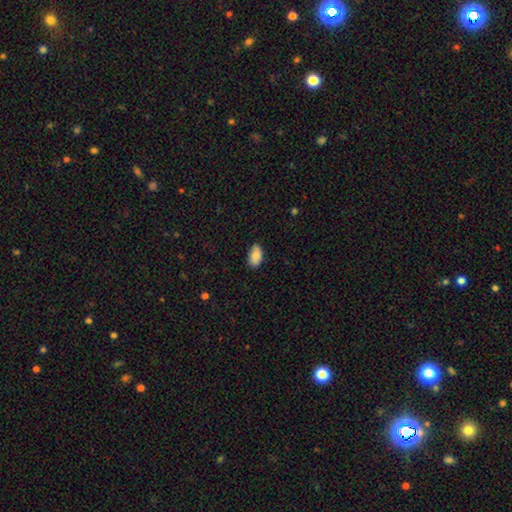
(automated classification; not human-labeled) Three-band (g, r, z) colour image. It shows a smooth galaxy with no disk features (85%) that is in between round and cigar-shaped (94%). Merging: none (83%).